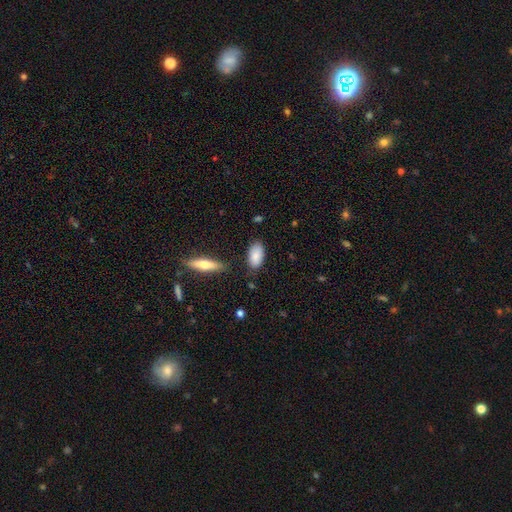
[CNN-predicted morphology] smooth-or-featured: smooth: 84% | featured or disk: 9% | star or artifact: 7%
  how-rounded: in between: 92% | cigar-shaped: 5% | round: 3%
  merging: none: 79% | minor disturbance: 15% | merger: 3% | major disturbance: 3%